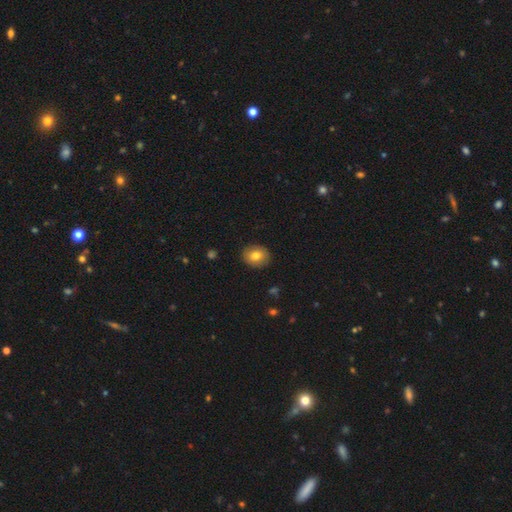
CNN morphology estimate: This appears to be a smooth galaxy with no disk features (77%) that is round (57%). Merging: none (88%).